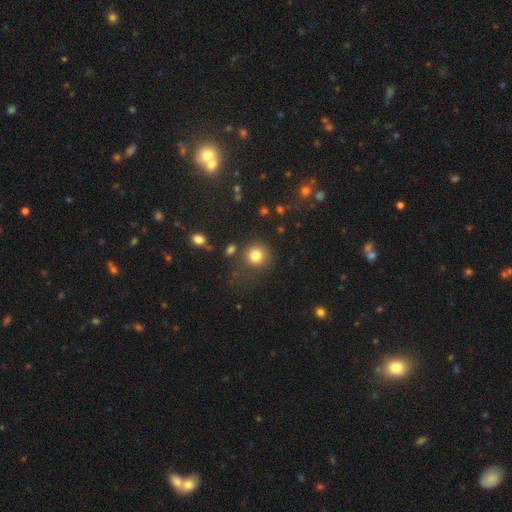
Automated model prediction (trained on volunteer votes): A smooth galaxy with no disk features (82%) that is round (90%). Merging: none (76%).